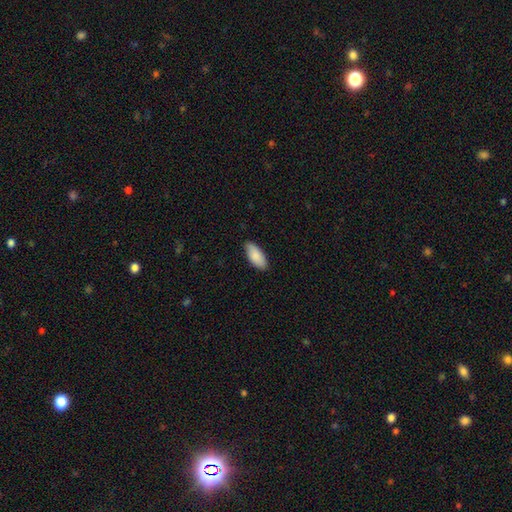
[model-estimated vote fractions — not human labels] smooth 87%, featured or disk 7%, star or artifact 6%. Down the decision tree: how rounded — in between (89%); merging — none (83%).